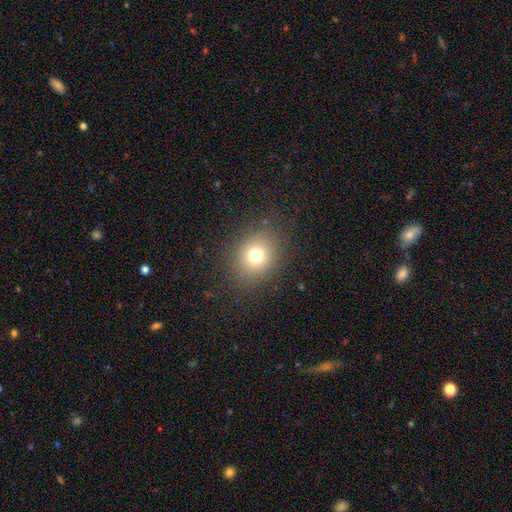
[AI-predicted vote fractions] This is likely a smooth galaxy (75%). How rounded: likely round (69%). Merging: clearly none (86%).